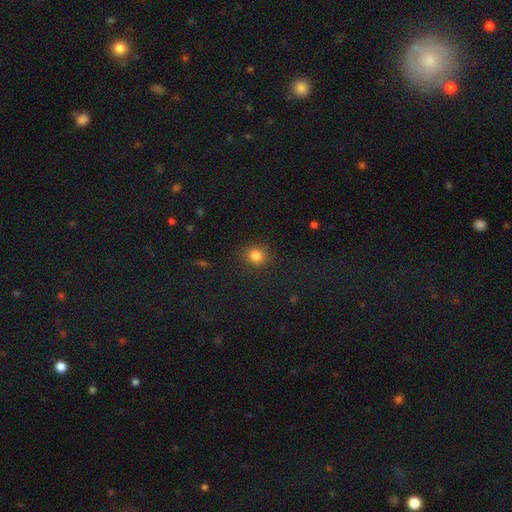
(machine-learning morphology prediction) smooth-or-featured: smooth: 82% | star or artifact: 13% | featured or disk: 5%
  how-rounded: round: 83% | in between: 16% | cigar-shaped: 1%
  merging: none: 88% | minor disturbance: 8% | major disturbance: 3% | merger: 1%